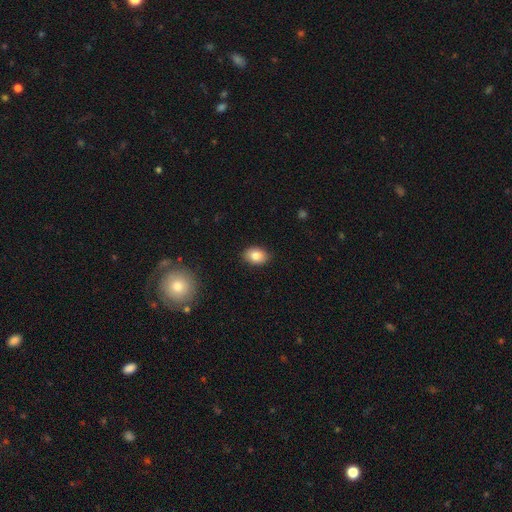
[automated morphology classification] Q: Smooth or featured?
A: smooth (83%); runner-up: star or artifact (8%)
Q: How rounded?
A: in between (78%); runner-up: round (21%)
Q: Merging?
A: none (87%); runner-up: minor disturbance (10%)